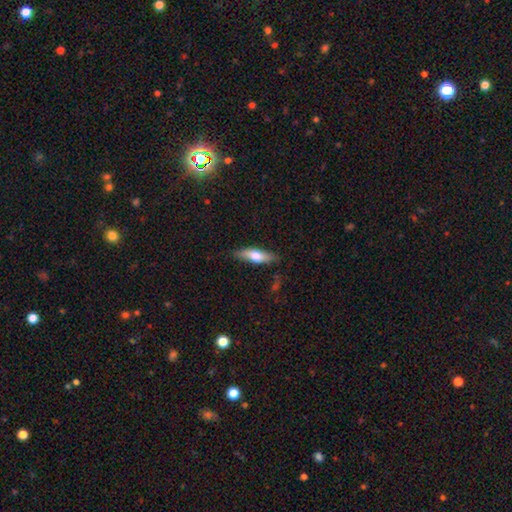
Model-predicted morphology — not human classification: This appears to be a smooth galaxy with no disk features (63%) that is cigar-shaped (55%). Merging: none (81%).